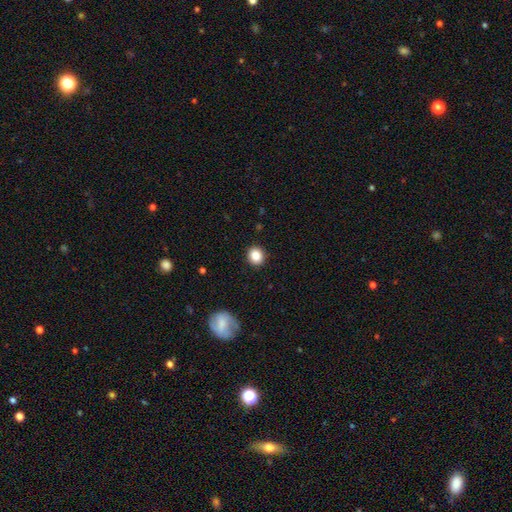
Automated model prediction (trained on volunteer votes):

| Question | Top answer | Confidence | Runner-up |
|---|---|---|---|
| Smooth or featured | smooth | 85% | star or artifact (10%) |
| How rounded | round | 83% | in between (16%) |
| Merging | none | 91% | minor disturbance (6%) |